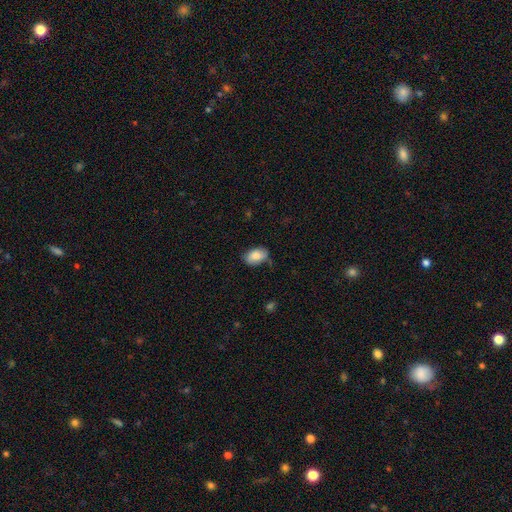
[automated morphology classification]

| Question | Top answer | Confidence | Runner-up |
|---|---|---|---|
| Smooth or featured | smooth | 85% | featured or disk (9%) |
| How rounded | in between | 90% | round (9%) |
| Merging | none | 73% | minor disturbance (21%) |